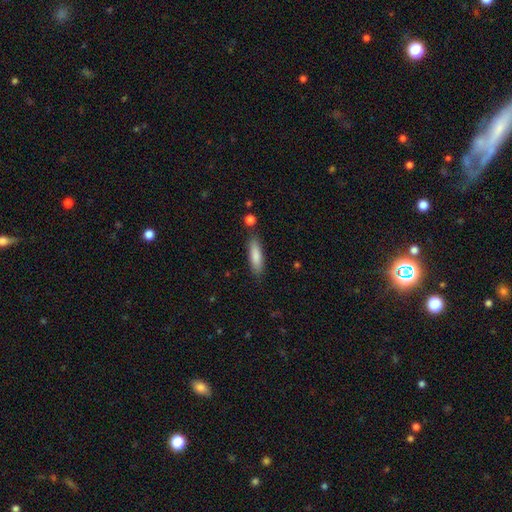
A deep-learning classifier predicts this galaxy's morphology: This is clearly a smooth galaxy (84%). How rounded: likely cigar-shaped (60%). Merging: clearly none (82%).